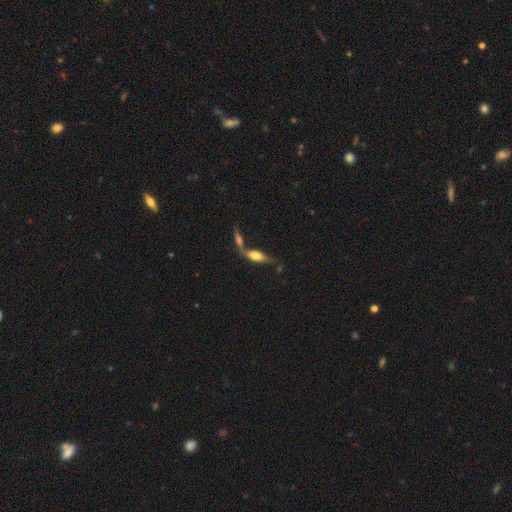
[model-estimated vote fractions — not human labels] This is possibly a smooth galaxy (48%). Merging: possibly none (46%).